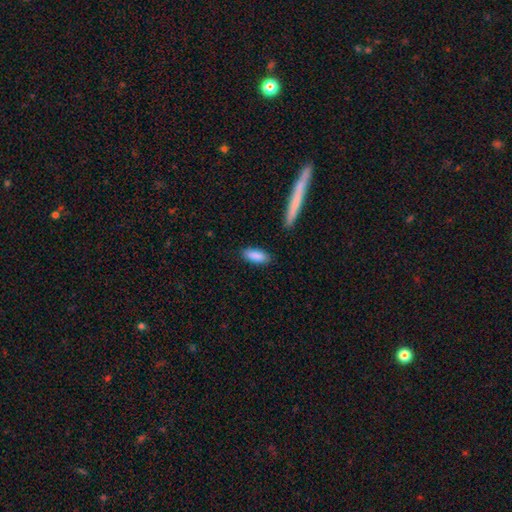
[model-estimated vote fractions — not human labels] The model was most divided on "how rounded": in between: 72%, cigar-shaped: 26%, round: 2%. More confident: smooth or featured — smooth (88%); merging — none (85%).